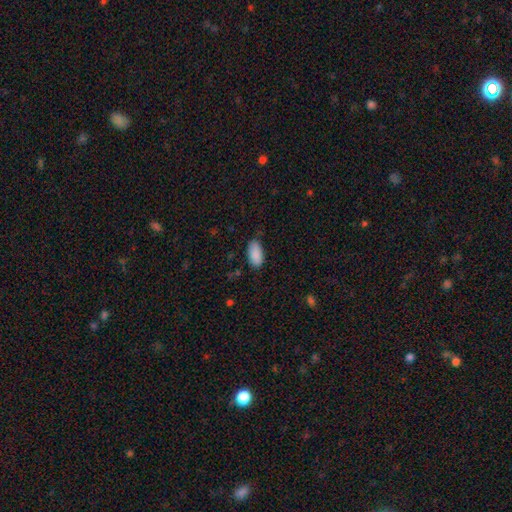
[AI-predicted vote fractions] The model was most divided on "merging": none: 78%, minor disturbance: 18%, major disturbance: 3%, merger: 1%. More confident: how rounded — in between (93%); smooth or featured — smooth (90%).